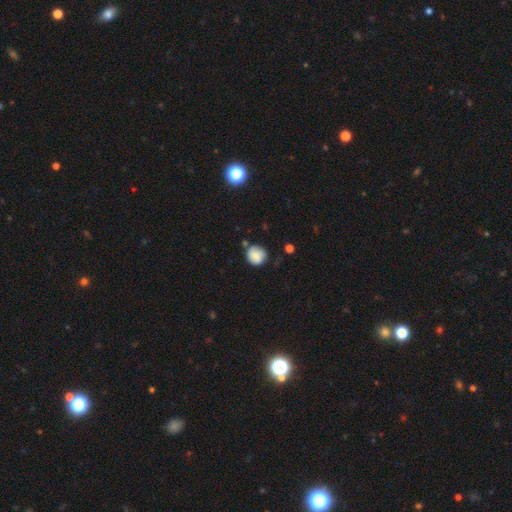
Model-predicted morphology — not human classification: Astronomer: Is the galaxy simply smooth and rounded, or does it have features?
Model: smooth — 71%.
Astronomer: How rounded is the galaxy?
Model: round — 87%.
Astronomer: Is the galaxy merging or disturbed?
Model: none — 69%.